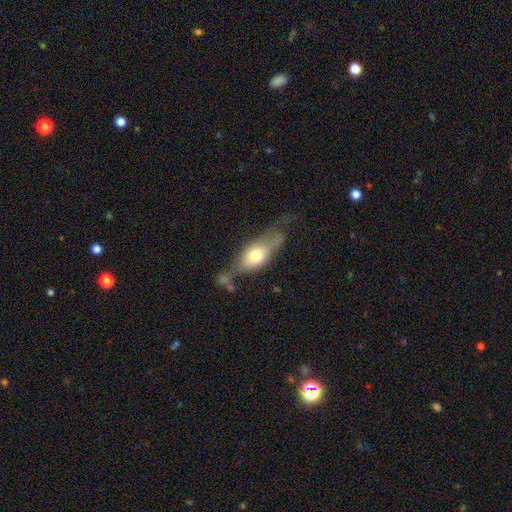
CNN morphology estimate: A smooth galaxy with no disk features (54%) that is in between round and cigar-shaped (69%).

Vote fractions:
- Smooth or featured? smooth: 54% / featured or disk: 39% / star or artifact: 7%
- How rounded? in between: 69% / cigar-shaped: 23% / round: 9%
- Merging? none: 45% / minor disturbance: 26% / major disturbance: 20% / merger: 9%